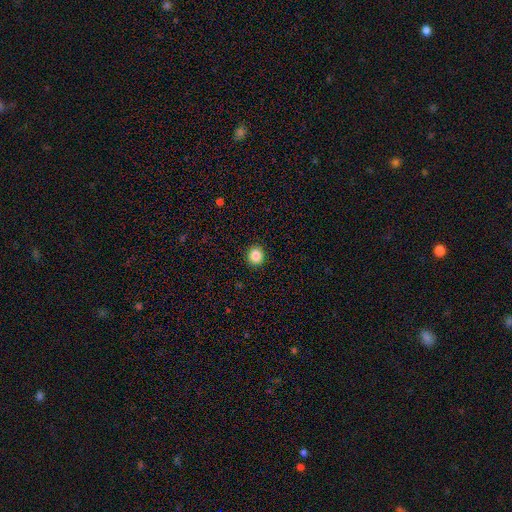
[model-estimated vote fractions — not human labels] Overall: smooth (86%). How rounded: round (87%). Merging: none (92%).